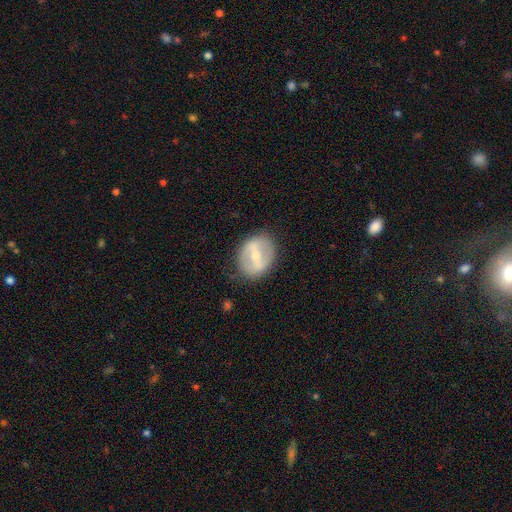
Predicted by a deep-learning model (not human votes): Overall: featured or disk (61%; smooth 33%). Edge-on disk: no (92%). Bar: strong (58%; weak 29%). Spiral arms: no (77%). Bulge size: moderate (51%; small 44%). Merging: none (80%).